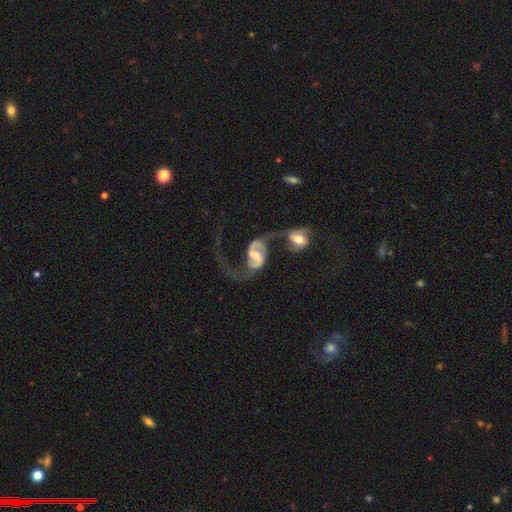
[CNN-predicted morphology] featured or disk 85%, smooth 9%, star or artifact 5%. Down the decision tree: edge-on disk — no (97%); bar — weak (48%); spiral arms — yes (93%); spiral arm count — 2 (87%); spiral winding — loose (67%); bulge size — moderate (33%); merging — merger (43%).